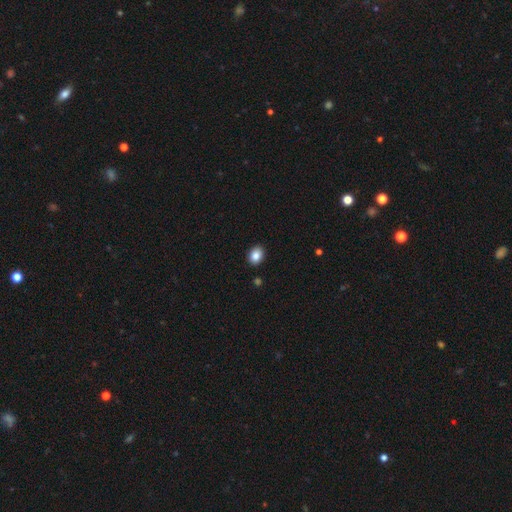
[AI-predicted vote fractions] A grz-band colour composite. It shows a smooth galaxy with no disk features (86%) that is in between round and cigar-shaped (61%). Merging: none (89%).